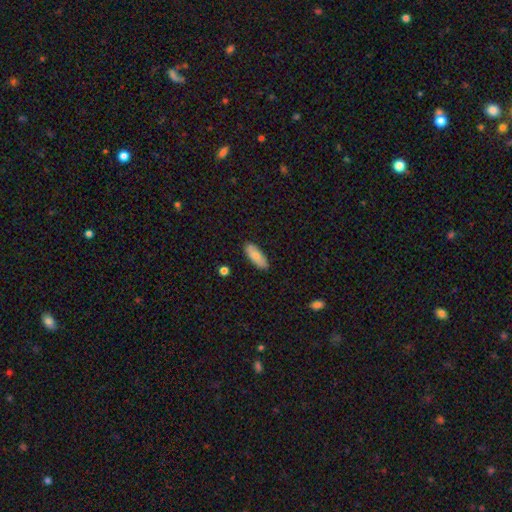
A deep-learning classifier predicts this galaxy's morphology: The model was most divided on "how rounded": in between: 71%, cigar-shaped: 27%, round: 2%. More confident: merging — none (85%); smooth or featured — smooth (80%).